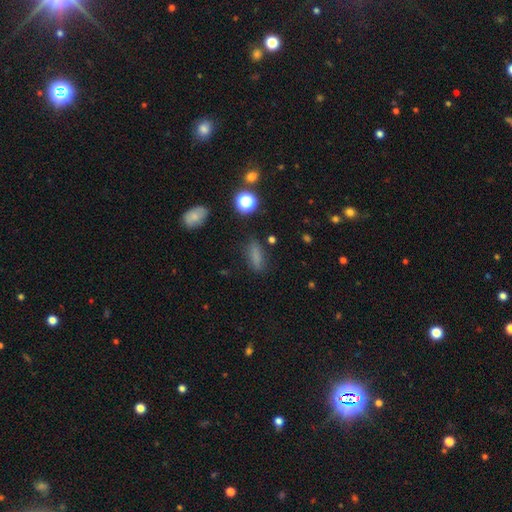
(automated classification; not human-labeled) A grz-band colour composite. It shows a smooth galaxy with no disk features (77%) that is in between round and cigar-shaped (54%). Merging: none (81%).